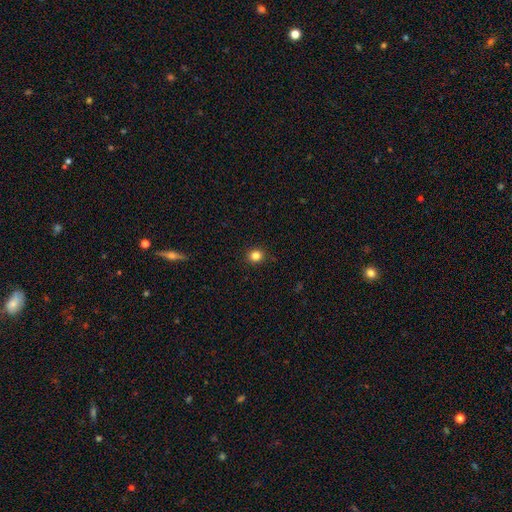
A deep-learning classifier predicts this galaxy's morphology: This is clearly a smooth galaxy (83%). How rounded: clearly round (84%). Merging: clearly none (91%).